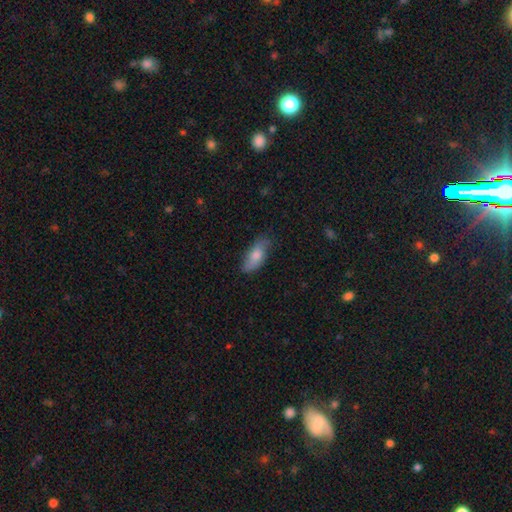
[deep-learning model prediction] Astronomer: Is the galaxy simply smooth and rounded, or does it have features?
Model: smooth — 67%.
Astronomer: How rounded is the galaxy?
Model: in between — 78%.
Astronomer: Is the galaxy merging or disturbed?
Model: none — 70%.